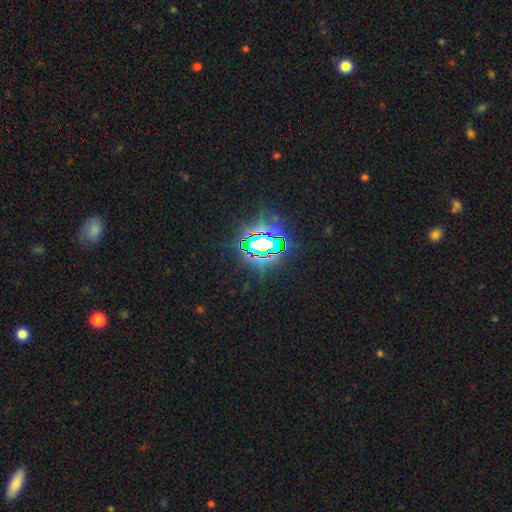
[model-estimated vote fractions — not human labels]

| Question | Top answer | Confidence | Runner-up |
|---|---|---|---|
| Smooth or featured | star or artifact | 80% | smooth (11%) |